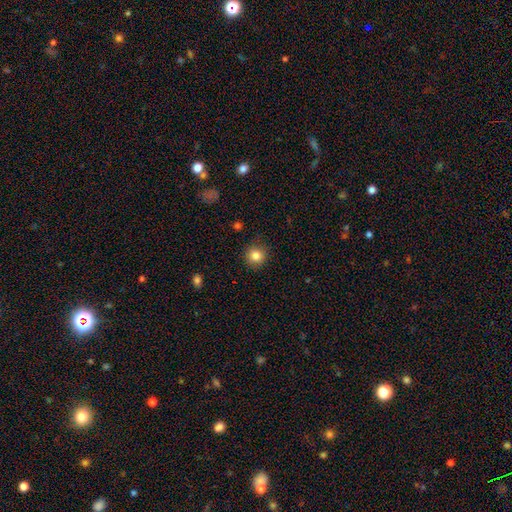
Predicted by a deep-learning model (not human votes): A smooth galaxy with no disk features (83%) that is round (92%). Merging: none (88%).